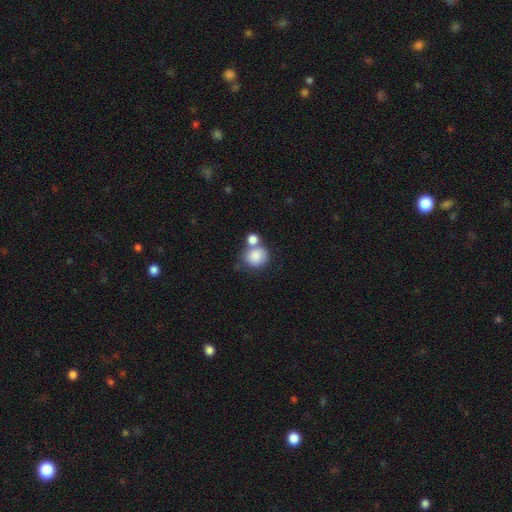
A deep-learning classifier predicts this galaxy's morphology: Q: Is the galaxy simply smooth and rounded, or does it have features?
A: smooth — 84%.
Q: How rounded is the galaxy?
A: round — 78%.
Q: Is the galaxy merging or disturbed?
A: none — 43%.